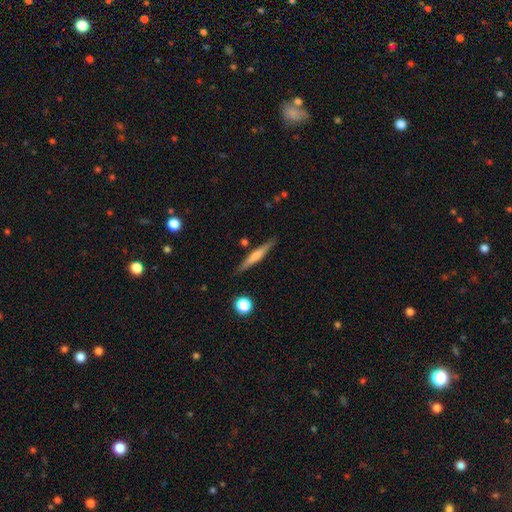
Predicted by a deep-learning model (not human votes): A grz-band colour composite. It shows a smooth galaxy with no disk features (52%) that is cigar-shaped (93%). Merging: none (86%).